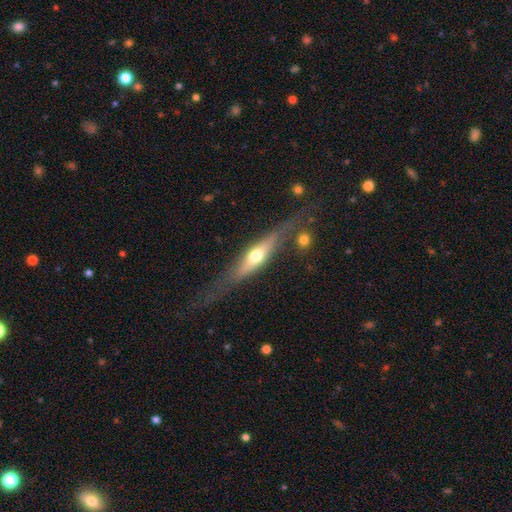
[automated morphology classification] A featured or disk galaxy (58%) viewed edge-on (86%).

Vote fractions:
- Smooth or featured? featured or disk: 58% / smooth: 37% / star or artifact: 6%
- Edge-on disk? yes: 86% / no: 14%
- Merging? none: 63% / minor disturbance: 20% / major disturbance: 11% / merger: 7%